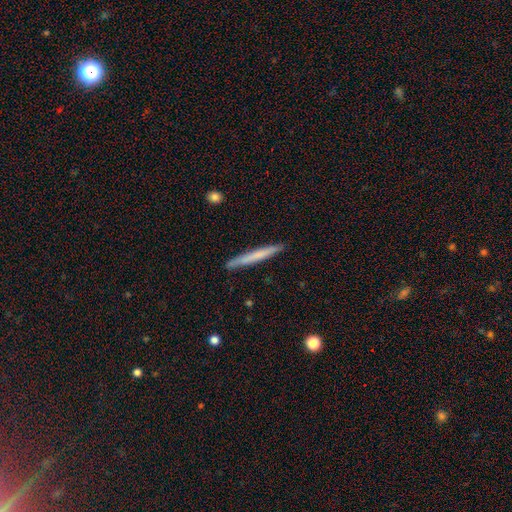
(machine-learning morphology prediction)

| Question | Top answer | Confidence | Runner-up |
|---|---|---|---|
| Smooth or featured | smooth | 62% | featured or disk (32%) |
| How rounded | cigar-shaped | 97% | in between (2%) |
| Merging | none | 91% | minor disturbance (7%) |